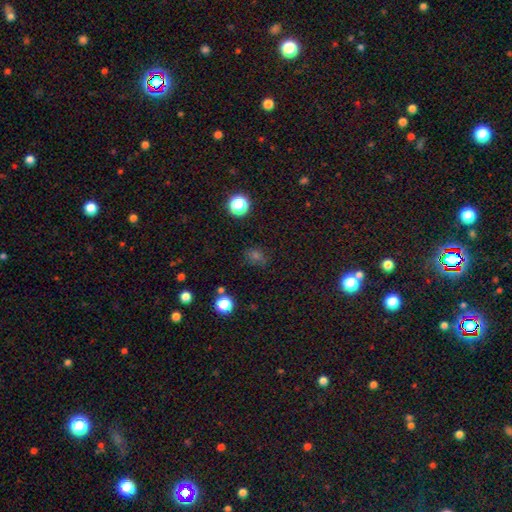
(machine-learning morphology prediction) smooth 59%, star or artifact 33%, featured or disk 8%. Down the decision tree: how rounded — round (62%); merging — none (78%).